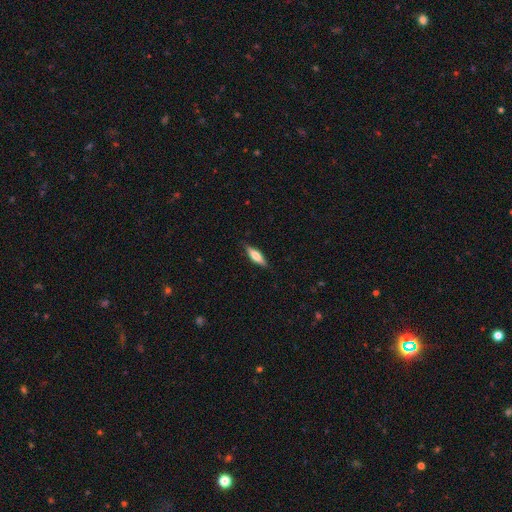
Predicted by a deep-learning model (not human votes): Smooth or featured: smooth — 63% (featured or disk — 31%)
How rounded: cigar-shaped — 55% (in between — 43%)
Merging: none — 85% (minor disturbance — 12%)